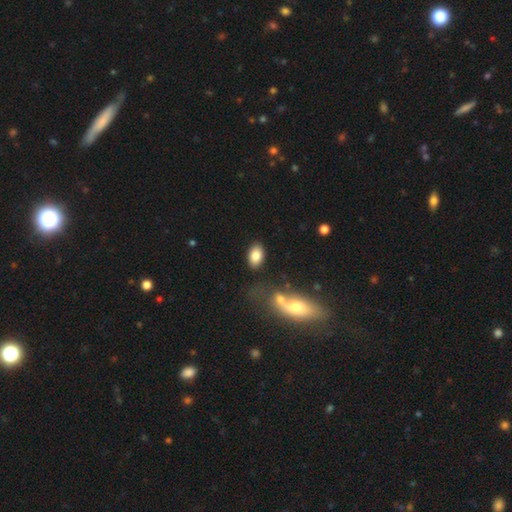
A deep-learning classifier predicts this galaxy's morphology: Q: Smooth or featured?
A: smooth (84%); runner-up: featured or disk (8%)
Q: How rounded?
A: in between (89%); runner-up: round (9%)
Q: Merging?
A: none (82%); runner-up: minor disturbance (10%)